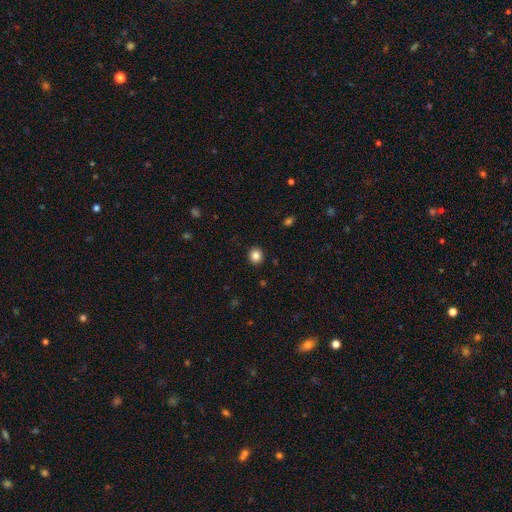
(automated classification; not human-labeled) Smooth or featured? smooth (85%)
How rounded? round (84%)
Merging? none (92%)